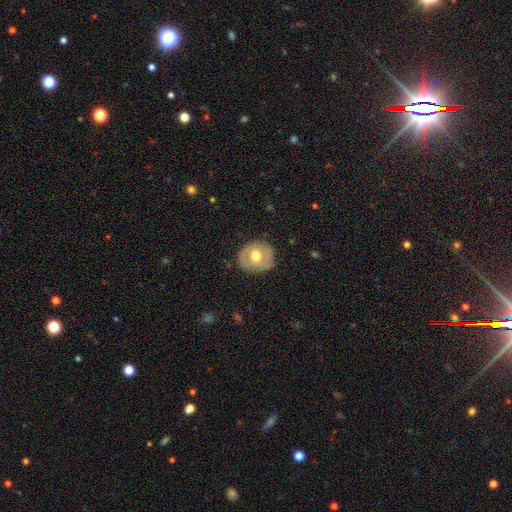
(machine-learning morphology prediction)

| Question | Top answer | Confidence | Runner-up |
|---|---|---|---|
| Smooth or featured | smooth | 48% | featured or disk (45%) |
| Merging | none | 73% | minor disturbance (21%) |